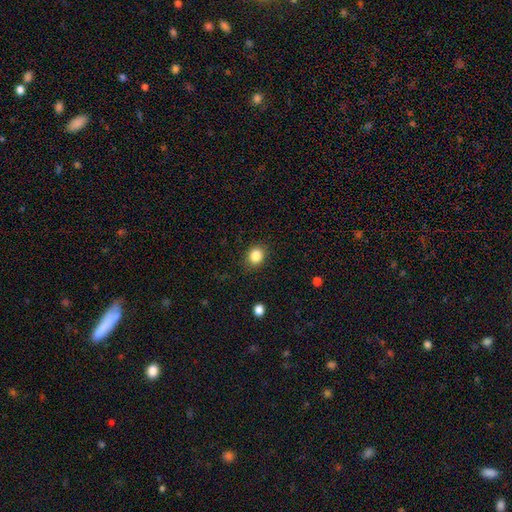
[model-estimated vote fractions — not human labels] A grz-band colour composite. It shows a smooth galaxy with no disk features (84%) that is round (68%). Merging: none (87%).